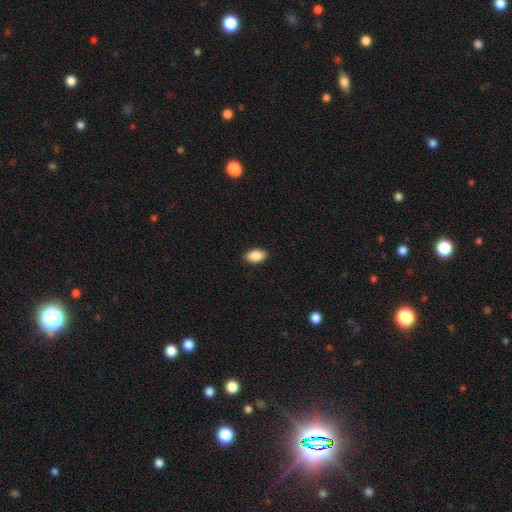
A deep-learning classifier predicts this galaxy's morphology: Smooth or featured?
  - smooth: 89% *
  - star or artifact: 7%
  - featured or disk: 4%
How rounded?
  - in between: 92% *
  - round: 6%
  - cigar-shaped: 1%
Merging?
  - none: 89% *
  - minor disturbance: 8%
  - major disturbance: 2%
  - merger: 1%